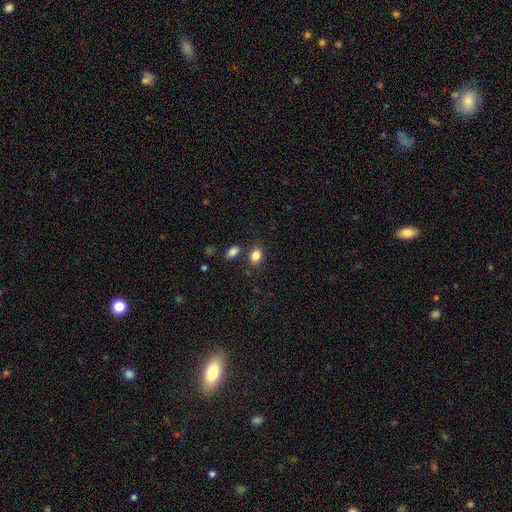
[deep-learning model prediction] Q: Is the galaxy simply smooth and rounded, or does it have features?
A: smooth — 84%.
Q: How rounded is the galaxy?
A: in between — 73%.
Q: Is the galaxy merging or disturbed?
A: none — 75%.